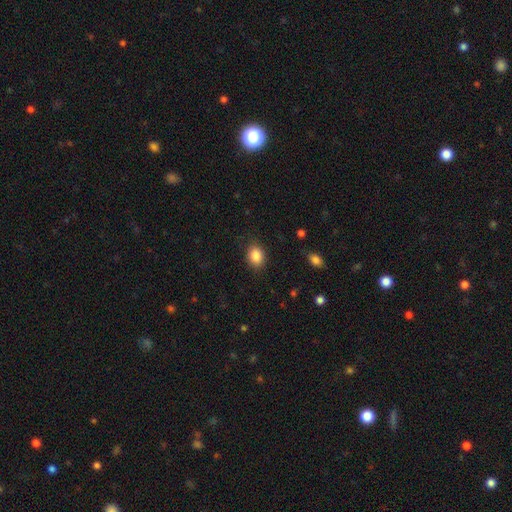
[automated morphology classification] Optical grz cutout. It shows a smooth galaxy with no disk features (86%) that is in between round and cigar-shaped (62%). Merging: none (84%).